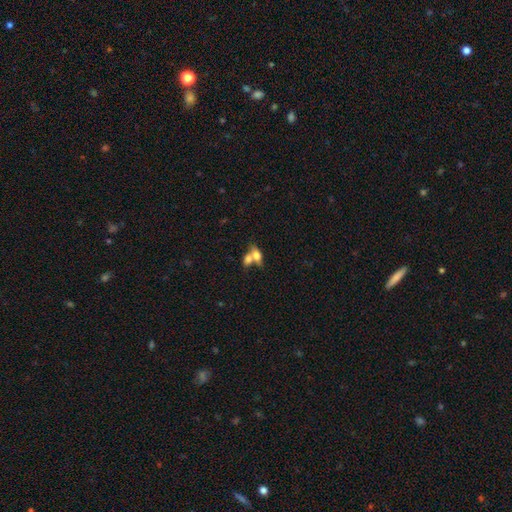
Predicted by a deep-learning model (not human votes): A smooth galaxy with no disk features (66%) that is in between round and cigar-shaped (75%).

Vote fractions:
- Smooth or featured? smooth: 66% / featured or disk: 25% / star or artifact: 9%
- How rounded? in between: 75% / round: 13% / cigar-shaped: 12%
- Merging? merger: 62% / none: 26% / minor disturbance: 7% / major disturbance: 5%